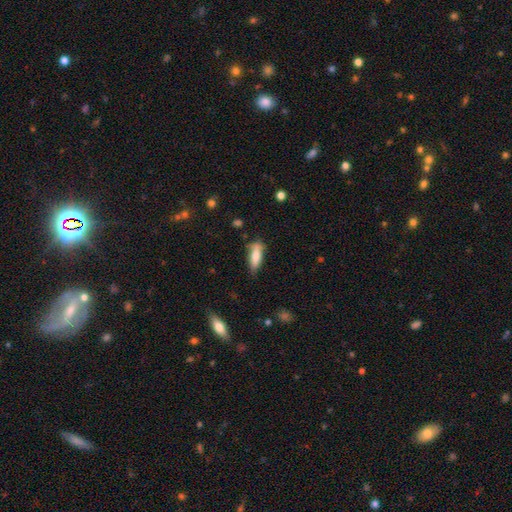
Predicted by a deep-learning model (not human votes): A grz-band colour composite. It shows a smooth galaxy with no disk features (79%) that is in between round and cigar-shaped (57%). Merging: none (61%).